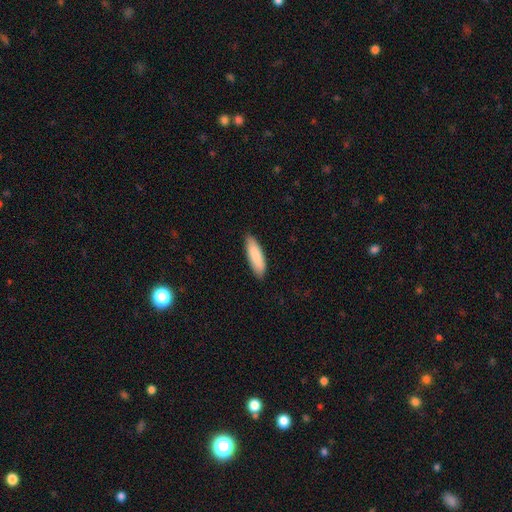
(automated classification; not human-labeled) Overall: smooth (88%). How rounded: cigar-shaped (54%; in between 45%). Merging: none (87%).